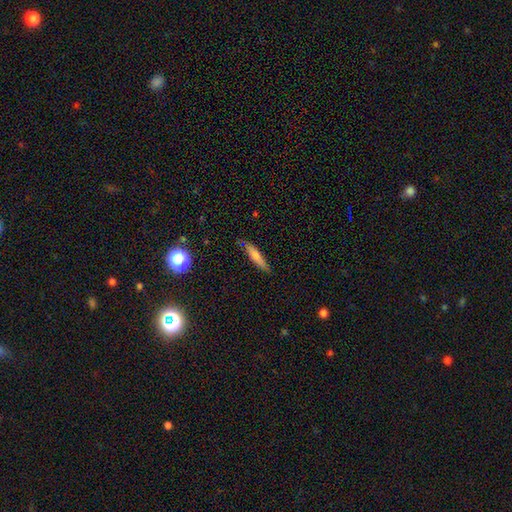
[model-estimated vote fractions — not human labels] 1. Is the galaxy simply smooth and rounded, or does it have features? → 73% smooth, 18% featured or disk, 9% star or artifact.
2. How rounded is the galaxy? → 83% cigar-shaped, 15% in between, 2% round.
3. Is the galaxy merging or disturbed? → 80% none, 15% minor disturbance, 3% major disturbance, 2% merger.